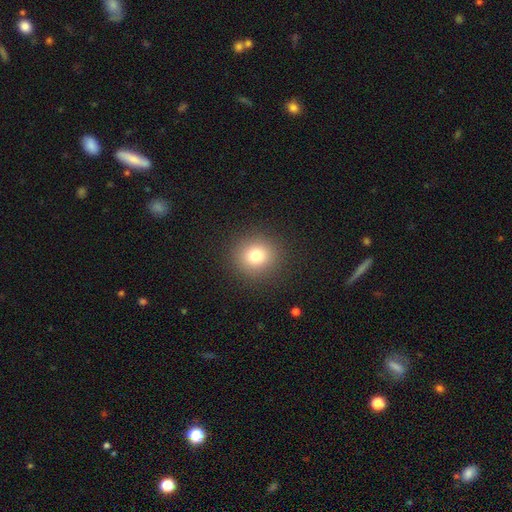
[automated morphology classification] smooth_or_featured: smooth (p=0.78) [alt: star or artifact p=0.13]
how_rounded: round (p=0.90) [alt: in between p=0.09]
merging: none (p=0.91) [alt: minor disturbance p=0.06]